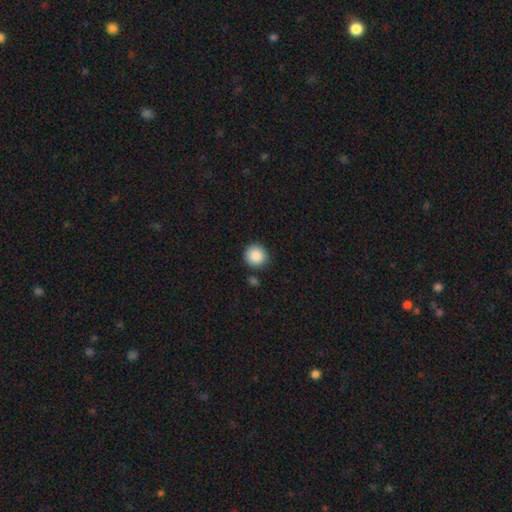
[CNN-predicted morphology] This is clearly a smooth galaxy (88%). How rounded: clearly round (93%). Merging: clearly none (85%).